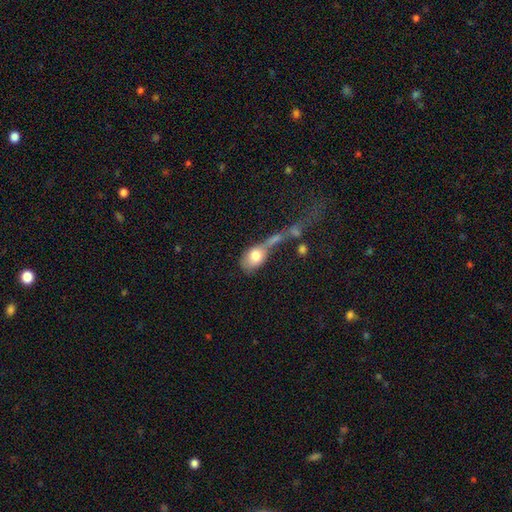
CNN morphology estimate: Smooth or featured?
  - smooth: 73% *
  - featured or disk: 18%
  - star or artifact: 8%
How rounded?
  - in between: 75% *
  - round: 22%
  - cigar-shaped: 4%
Merging?
  - merger: 42% *
  - major disturbance: 24%
  - none: 20%
  - minor disturbance: 14%